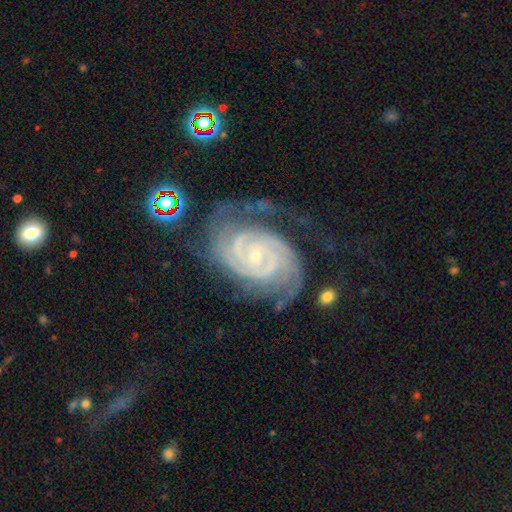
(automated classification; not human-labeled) Morphology: type=featured or disk (91%); edge-on=no (98%); bar=no (64%); spiral arms=yes (99%); winding=tight (75%); arm count=2 (50%); bulge=small (81%); merging=none (57%).